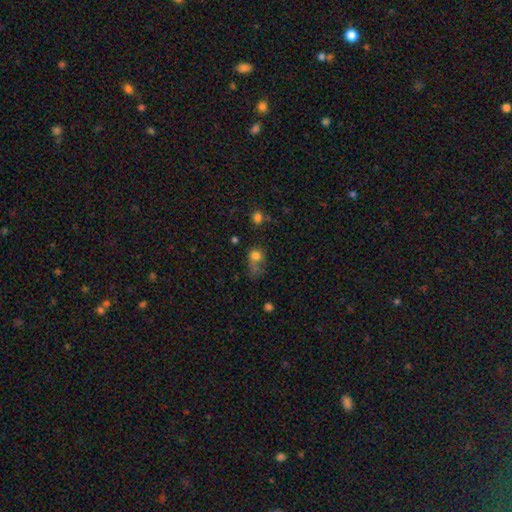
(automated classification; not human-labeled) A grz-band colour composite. It shows a smooth galaxy with no disk features (75%) that is round (67%). Merging: none (34%).